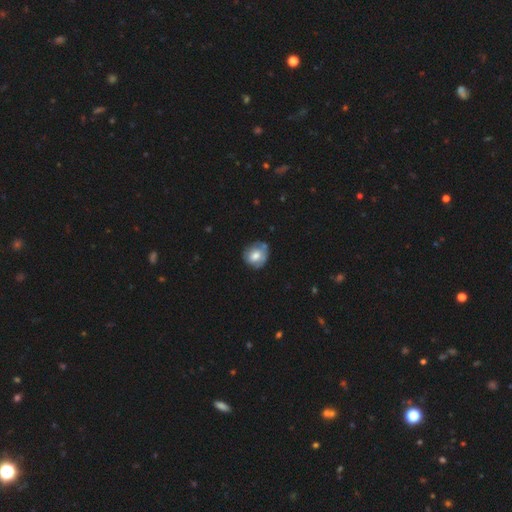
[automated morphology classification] smooth-or-featured: smooth: 61% | featured or disk: 31% | star or artifact: 7%
  how-rounded: round: 74% | in between: 25% | cigar-shaped: 1%
  merging: none: 62% | minor disturbance: 26% | major disturbance: 7% | merger: 4%